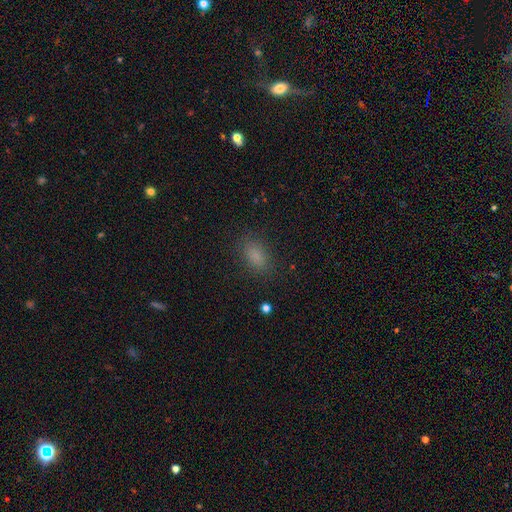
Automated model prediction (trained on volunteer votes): Smooth or featured: smooth — 82% (star or artifact — 13%)
How rounded: in between — 86% (round — 9%)
Merging: none — 85% (minor disturbance — 10%)